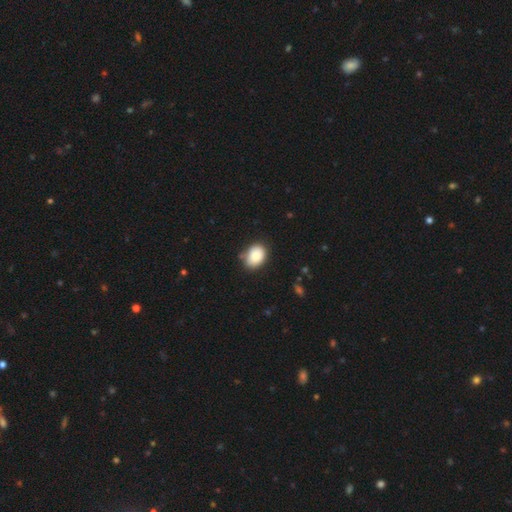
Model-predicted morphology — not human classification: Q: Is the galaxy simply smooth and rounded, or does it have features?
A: smooth — 84%.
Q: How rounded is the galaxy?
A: in between — 72%.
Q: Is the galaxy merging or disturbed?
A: none — 77%.